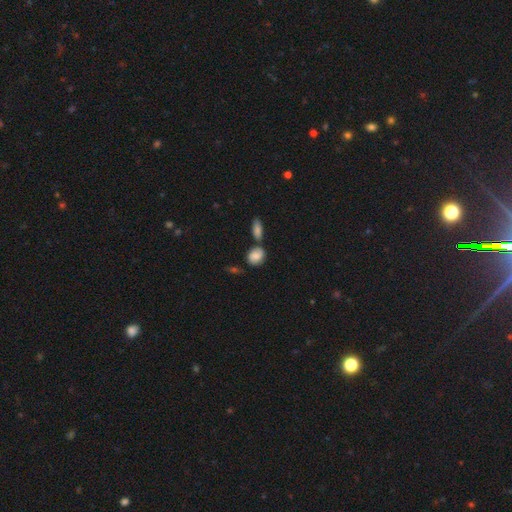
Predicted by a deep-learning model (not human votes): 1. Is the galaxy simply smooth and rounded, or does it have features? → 77% smooth, 14% featured or disk, 8% star or artifact.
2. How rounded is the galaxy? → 49% round (tied), 49% in between (tied), 2% cigar-shaped.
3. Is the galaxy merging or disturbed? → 57% none, 19% merger, 19% minor disturbance, 5% major disturbance.